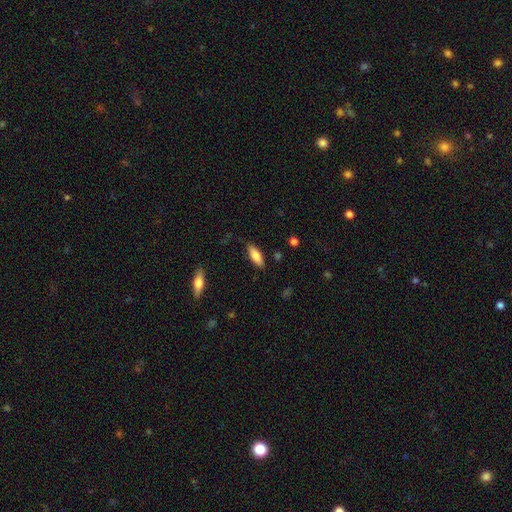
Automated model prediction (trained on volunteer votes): Smooth or featured?
  - smooth: 79% *
  - featured or disk: 15%
  - star or artifact: 6%
How rounded?
  - in between: 61% *
  - cigar-shaped: 37%
  - round: 2%
Merging?
  - none: 84% *
  - minor disturbance: 12%
  - major disturbance: 2%
  - merger: 2%